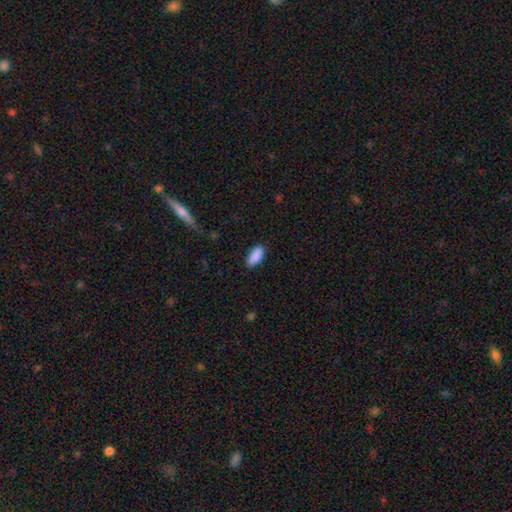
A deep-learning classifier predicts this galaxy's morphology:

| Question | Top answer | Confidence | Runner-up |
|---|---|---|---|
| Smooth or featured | smooth | 90% | star or artifact (7%) |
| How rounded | in between | 90% | cigar-shaped (8%) |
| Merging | none | 85% | minor disturbance (12%) |